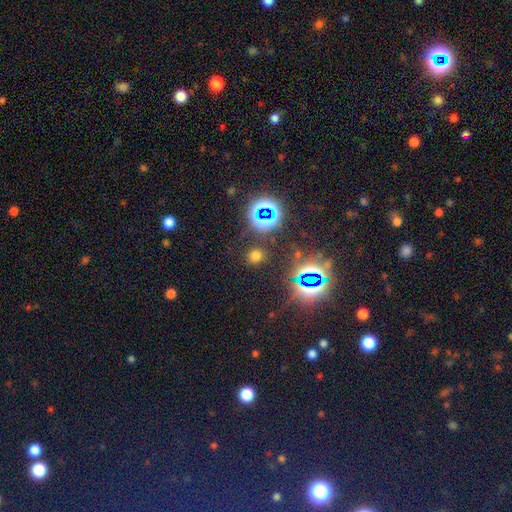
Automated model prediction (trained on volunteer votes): Smooth or featured: smooth — 59% (star or artifact — 35%)
How rounded: round — 78% (in between — 21%)
Merging: none — 86% (minor disturbance — 8%)